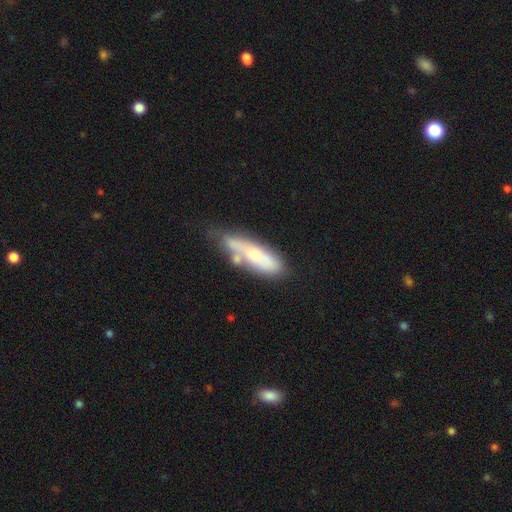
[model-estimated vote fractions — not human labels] This is possibly a smooth galaxy (54%). How rounded: possibly cigar-shaped (55%). Merging: marginally none (42%).